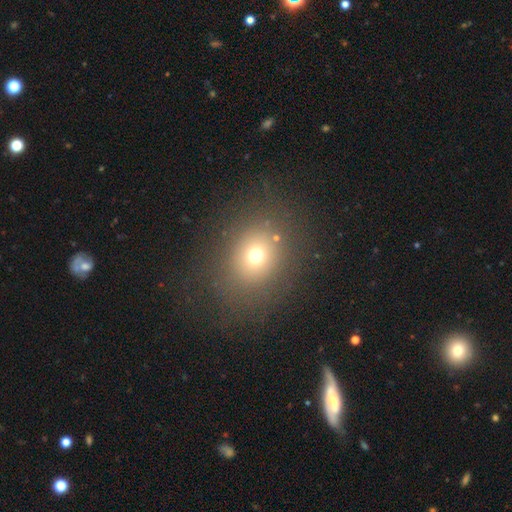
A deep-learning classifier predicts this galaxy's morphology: type=smooth (69%); roundness=round (70%); merging=none (81%).